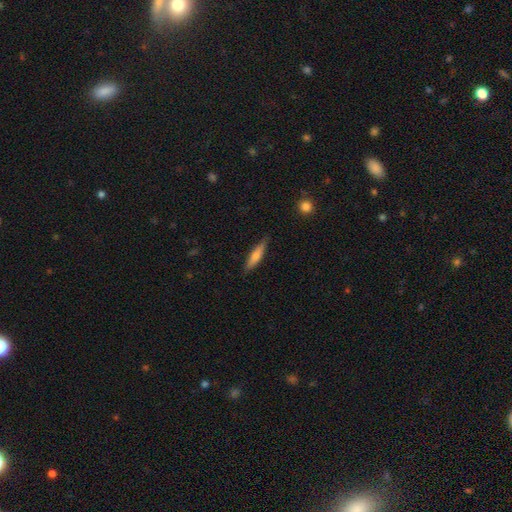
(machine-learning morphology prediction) This appears to be a smooth galaxy with no disk features (66%) that is cigar-shaped (83%). Merging: none (86%).